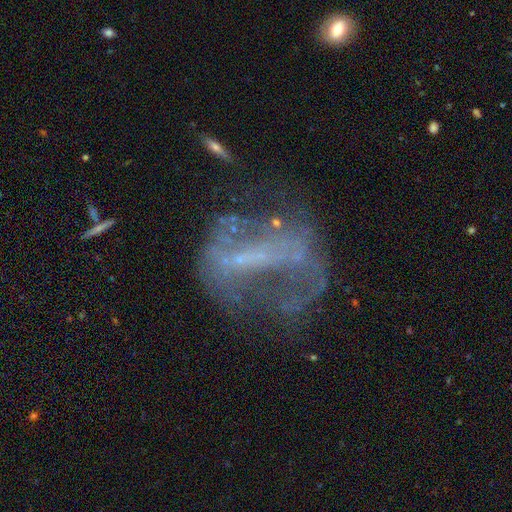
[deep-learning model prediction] smooth_or_featured: featured or disk (p=0.67) [alt: star or artifact p=0.18]
disk_edge_on: no (p=0.94) [alt: yes p=0.06]
bar: strong (p=0.42) [alt: no p=0.31]
has_spiral_arms: no (p=0.60) [alt: yes p=0.40]
bulge_size: none (p=0.54) [alt: small p=0.34]
merging: none (p=0.42) [alt: major disturbance p=0.35]